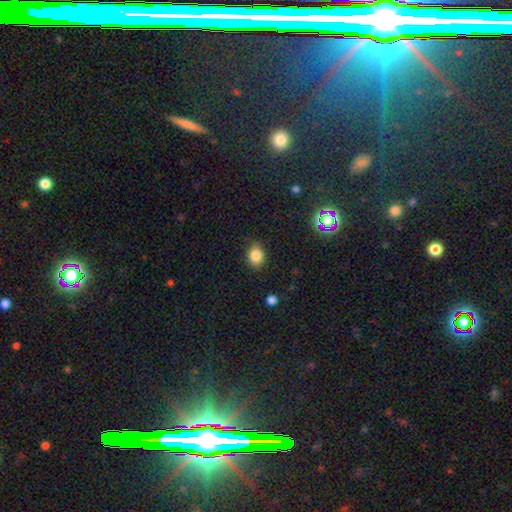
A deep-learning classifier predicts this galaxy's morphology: A smooth galaxy with no disk features (84%) that is in between round and cigar-shaped (51%). Merging: none (83%).